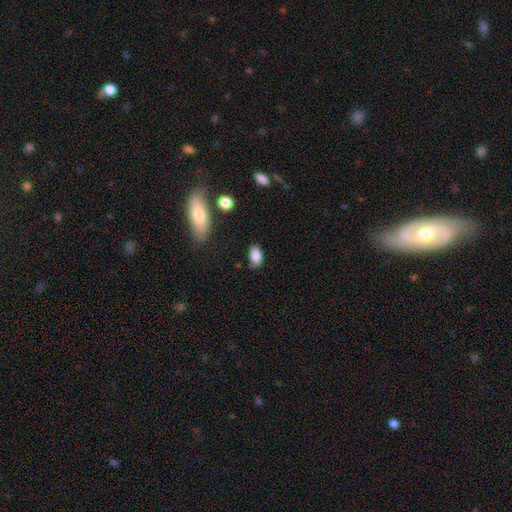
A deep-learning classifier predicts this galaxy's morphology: A smooth galaxy with no disk features (86%) that is in between round and cigar-shaped (90%).

Vote fractions:
- Smooth or featured? smooth: 86% / star or artifact: 8% / featured or disk: 6%
- How rounded? in between: 90% / round: 8% / cigar-shaped: 2%
- Merging? none: 74% / minor disturbance: 20% / major disturbance: 4% / merger: 2%